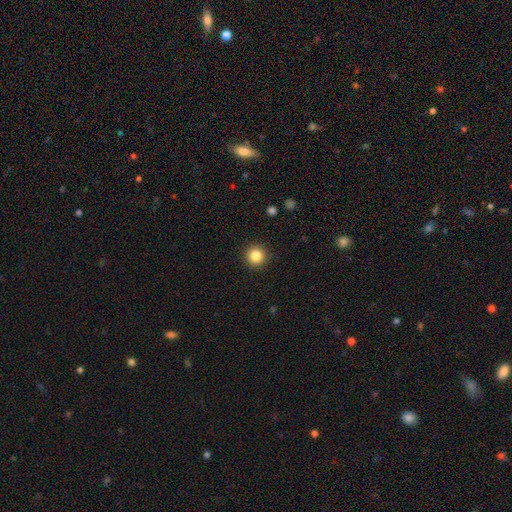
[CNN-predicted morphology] Smooth or featured?
  - smooth: 84% *
  - star or artifact: 11%
  - featured or disk: 5%
How rounded?
  - round: 95% *
  - in between: 4%
  - cigar-shaped: 1%
Merging?
  - none: 92% *
  - minor disturbance: 5%
  - major disturbance: 2%
  - merger: 1%